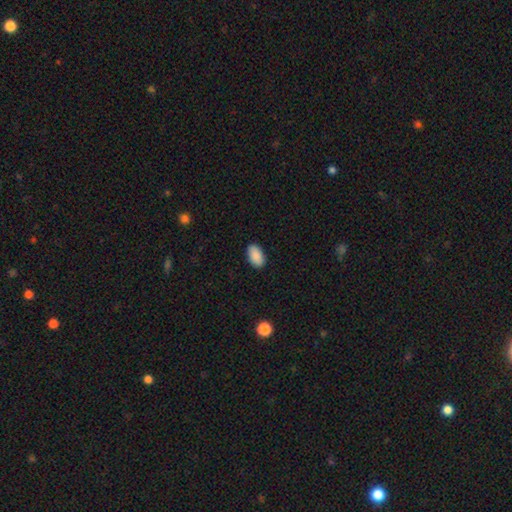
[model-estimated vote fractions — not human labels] A smooth galaxy with no disk features (90%) that is in between round and cigar-shaped (95%). Merging: none (89%).